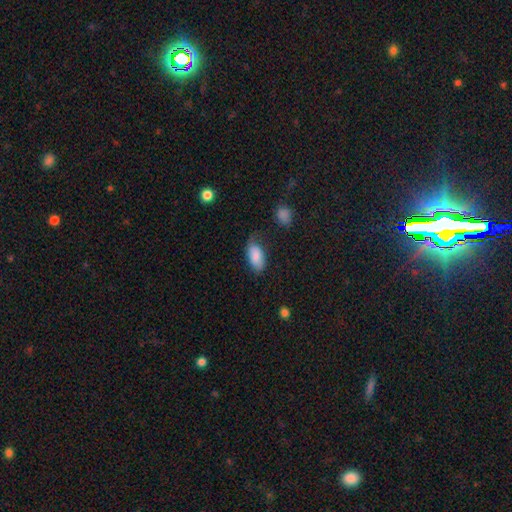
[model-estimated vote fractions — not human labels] Smooth or featured? smooth (84%)
How rounded? in between (93%)
Merging? none (52%)